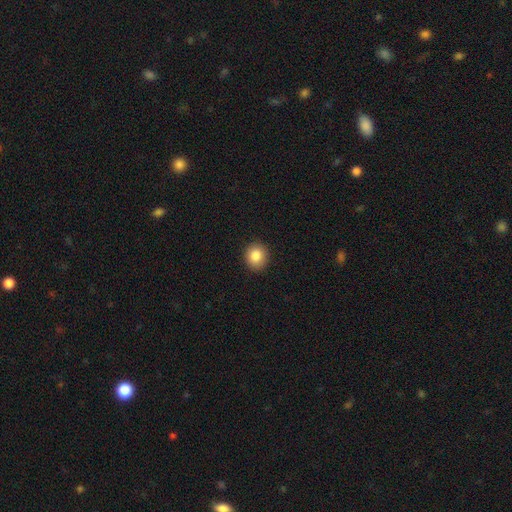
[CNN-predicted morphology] A smooth galaxy with no disk features (86%) that is round (85%).

Vote fractions:
- Smooth or featured? smooth: 86% / star or artifact: 9% / featured or disk: 5%
- How rounded? round: 85% / in between: 14% / cigar-shaped: 1%
- Merging? none: 91% / minor disturbance: 6% / major disturbance: 2% / merger: 1%